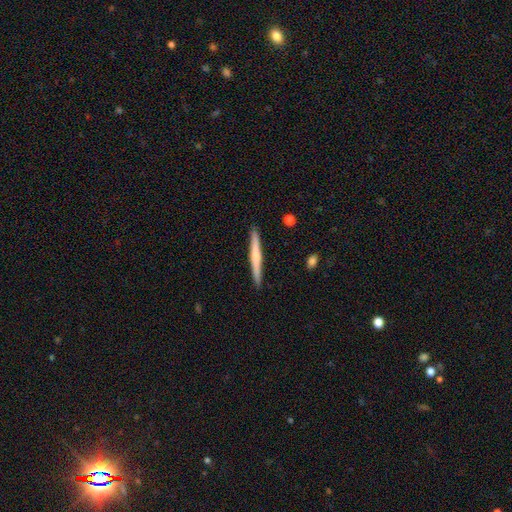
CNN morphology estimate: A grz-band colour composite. It shows a smooth galaxy with no disk features (52%) that is cigar-shaped (97%). Merging: none (91%).